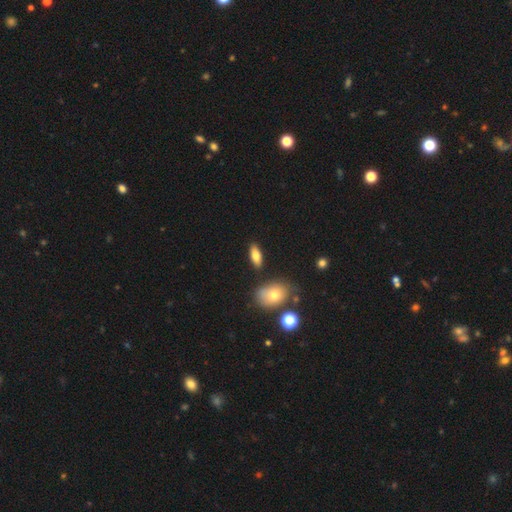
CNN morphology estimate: Overall: smooth (73%). How rounded: in between (77%). Merging: none (84%).